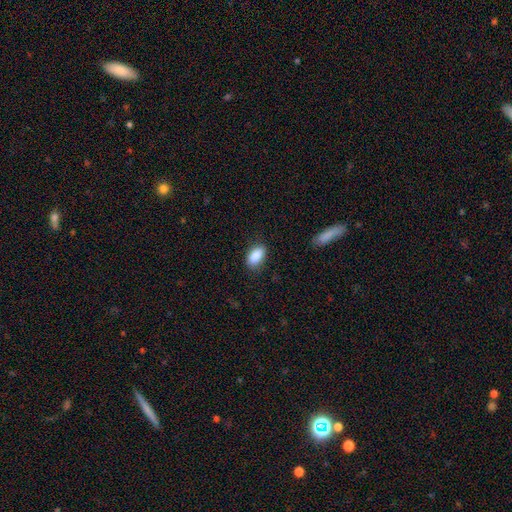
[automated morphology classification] A smooth galaxy with no disk features (89%) that is in between round and cigar-shaped (92%). Merging: none (83%).